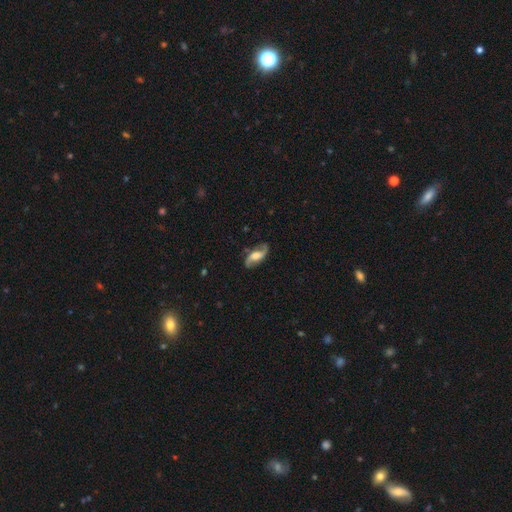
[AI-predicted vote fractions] Overall: featured or disk (79%). Edge-on disk: no (93%). Bar: no (41%; weak 39%). Spiral arms: yes (95%). Spiral arm count: 2 (92%). Spiral winding: loose (52%; medium 36%). Bulge size: moderate (43%; large 33%). Merging: none (78%).